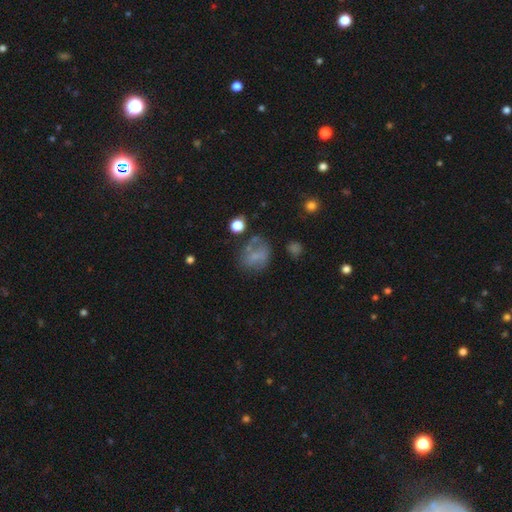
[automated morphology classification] smooth 59%, featured or disk 25%, star or artifact 16%. Down the decision tree: how rounded — round (50%); merging — none (48%).